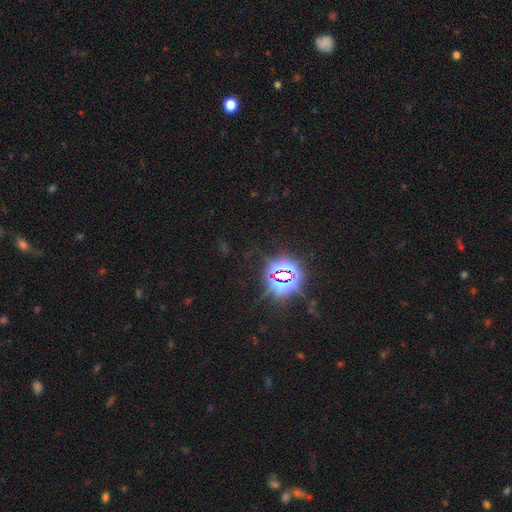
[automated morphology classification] A star or artifact, not a galaxy (83%).